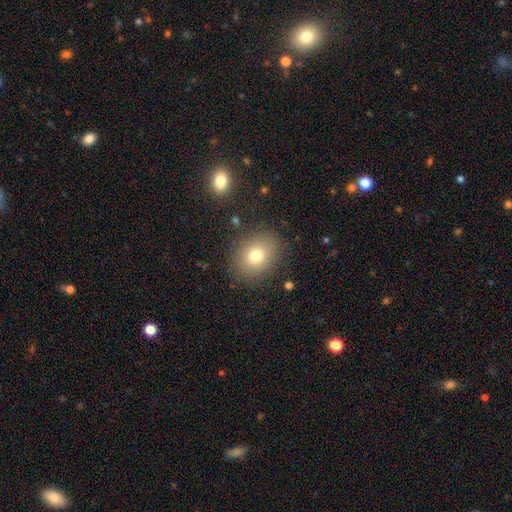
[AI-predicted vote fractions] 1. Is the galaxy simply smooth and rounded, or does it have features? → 76% smooth, 12% star or artifact, 12% featured or disk.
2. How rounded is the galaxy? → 54% round, 46% in between, 1% cigar-shaped.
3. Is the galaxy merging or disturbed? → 84% none, 10% minor disturbance, 4% major disturbance, 2% merger.